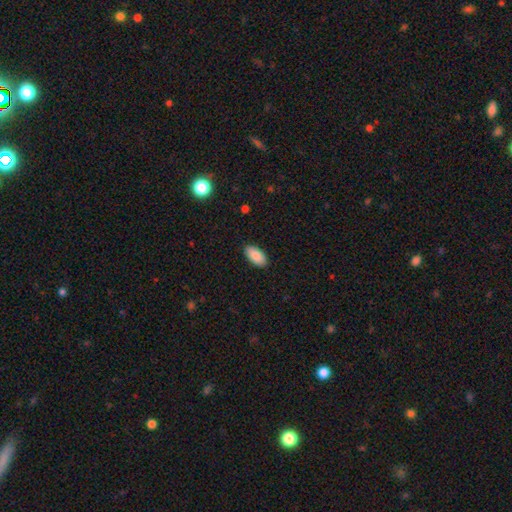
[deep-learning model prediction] The model was most divided on "merging": none: 89%, minor disturbance: 8%, major disturbance: 2%, merger: 1%. More confident: how rounded — in between (94%); smooth or featured — smooth (89%).